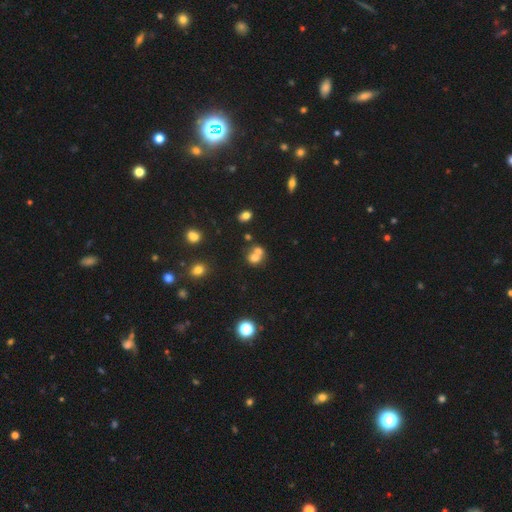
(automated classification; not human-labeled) Q: Smooth or featured?
A: smooth (66%); runner-up: featured or disk (18%)
Q: How rounded?
A: round (73%); runner-up: in between (26%)
Q: Merging?
A: merger (60%); runner-up: none (30%)